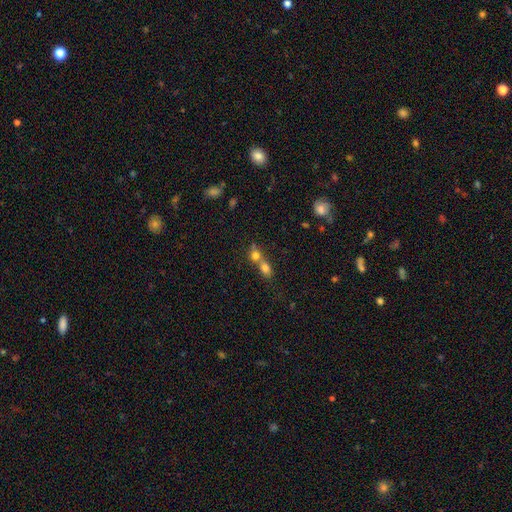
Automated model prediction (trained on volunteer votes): smooth 72%, featured or disk 15%, star or artifact 13%. Down the decision tree: how rounded — round (60%); merging — merger (68%).